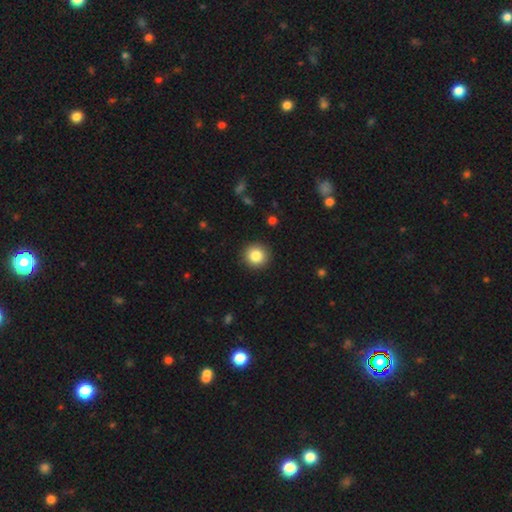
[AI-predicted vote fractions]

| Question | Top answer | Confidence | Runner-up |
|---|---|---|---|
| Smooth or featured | smooth | 84% | star or artifact (9%) |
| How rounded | round | 93% | in between (6%) |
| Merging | none | 92% | minor disturbance (5%) |